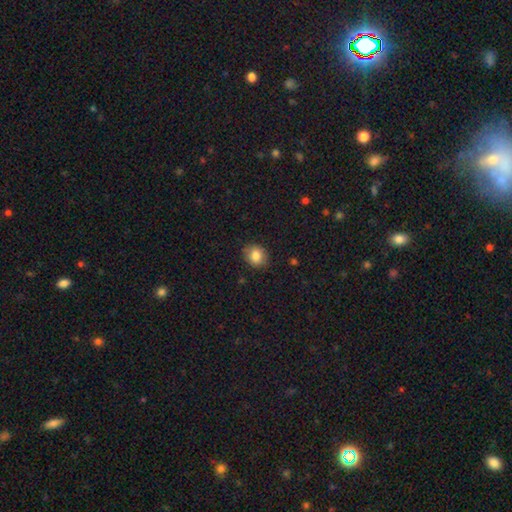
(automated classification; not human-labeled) Overall: smooth (83%). How rounded: round (70%). Merging: none (85%).